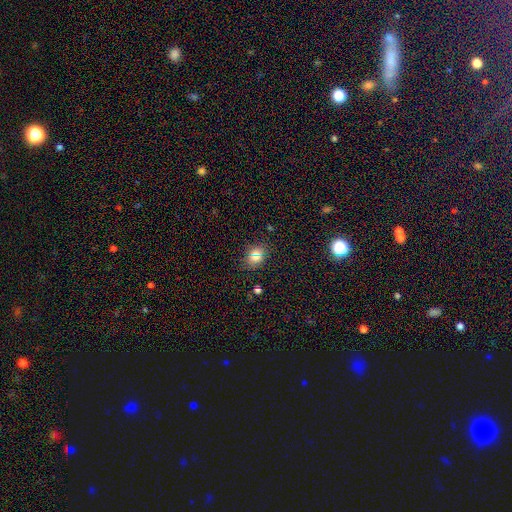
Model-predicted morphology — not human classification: Q: Smooth or featured?
A: smooth (68%); runner-up: star or artifact (23%)
Q: How rounded?
A: in between (51%); runner-up: round (47%)
Q: Merging?
A: none (85%); runner-up: minor disturbance (9%)